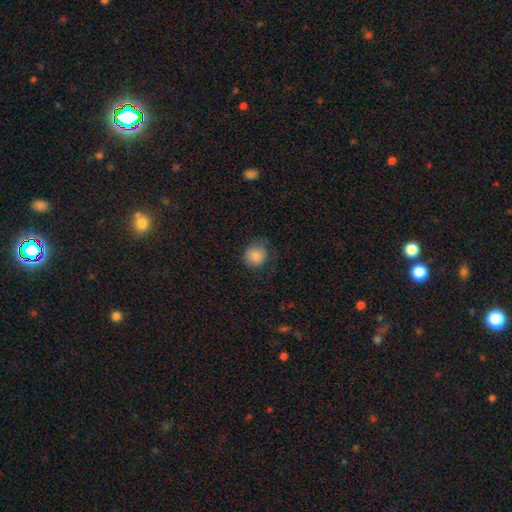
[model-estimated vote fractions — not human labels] This appears to be a smooth galaxy with no disk features (85%) that is round (84%). Merging: none (63%).